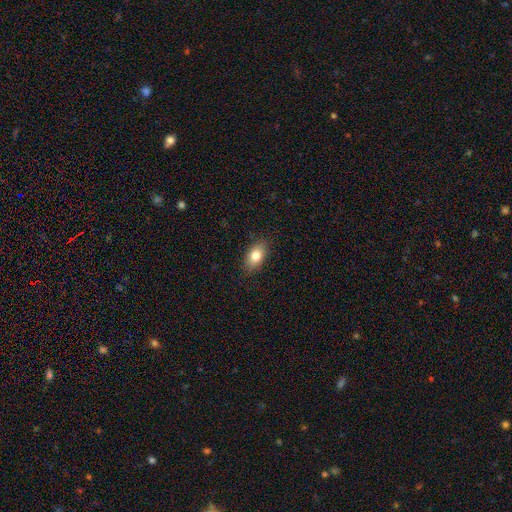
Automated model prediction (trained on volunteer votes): The model was most divided on "smooth or featured": smooth: 80%, featured or disk: 12%, star or artifact: 8%. More confident: how rounded — in between (88%); merging — none (87%).